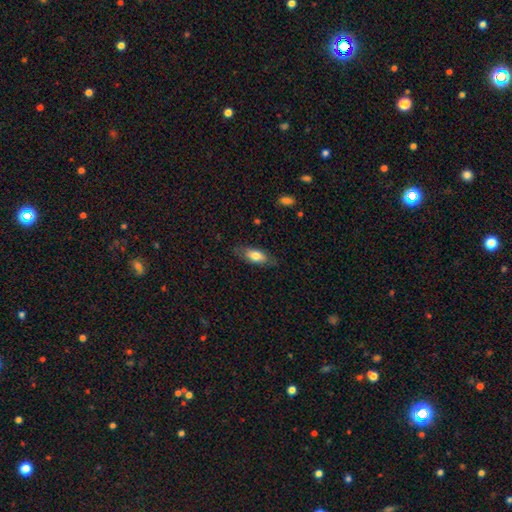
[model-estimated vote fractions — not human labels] Smooth or featured: smooth — 73% (featured or disk — 20%)
How rounded: in between — 83% (cigar-shaped — 13%)
Merging: none — 77% (minor disturbance — 17%)